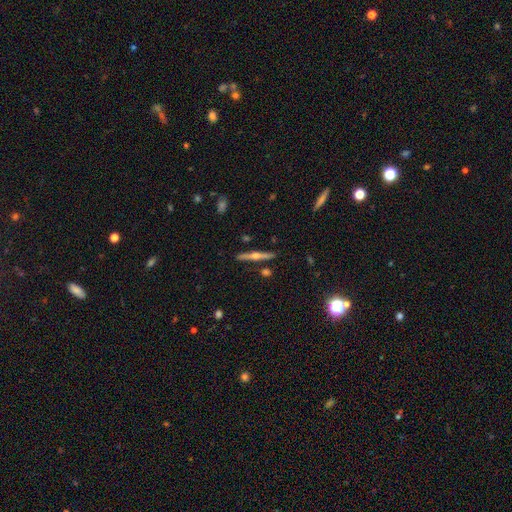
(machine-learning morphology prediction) Smooth or featured? Predicted: featured or disk (p=0.71). Edge-on disk? Predicted: yes (p=0.98). Edge-on bulge? Predicted: rounded (p=0.92). Merging? Predicted: none (p=0.89).